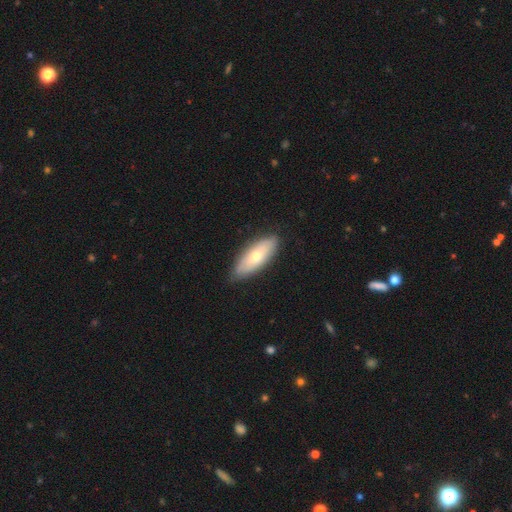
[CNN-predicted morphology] Smooth or featured? Predicted: smooth (p=0.61). How rounded? Predicted: in between (p=0.73). Merging? Predicted: none (p=0.86).